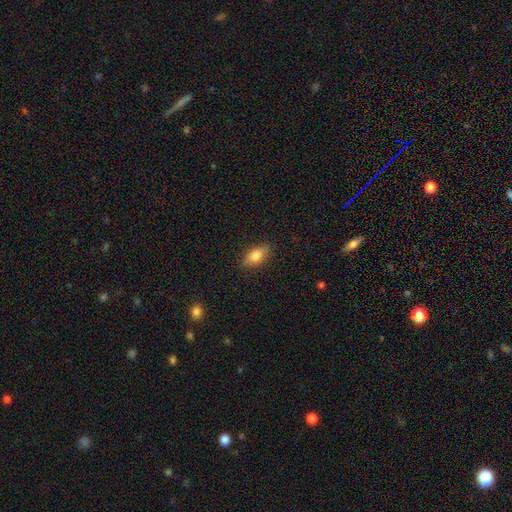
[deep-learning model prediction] Smooth or featured: smooth — 76% (featured or disk — 17%)
How rounded: in between — 83% (cigar-shaped — 13%)
Merging: none — 85% (minor disturbance — 11%)